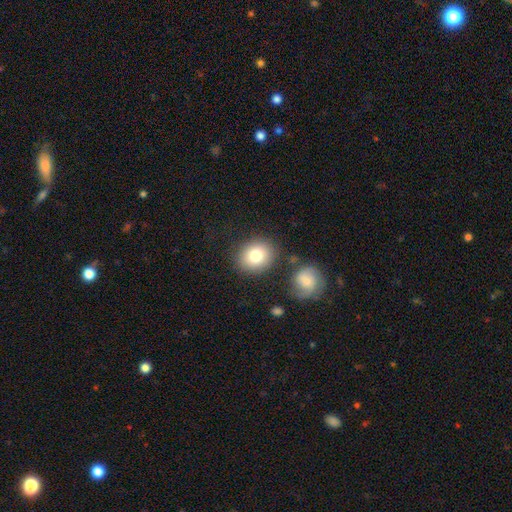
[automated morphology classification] This is clearly a smooth galaxy (80%). How rounded: likely round (71%). Merging: clearly none (81%).